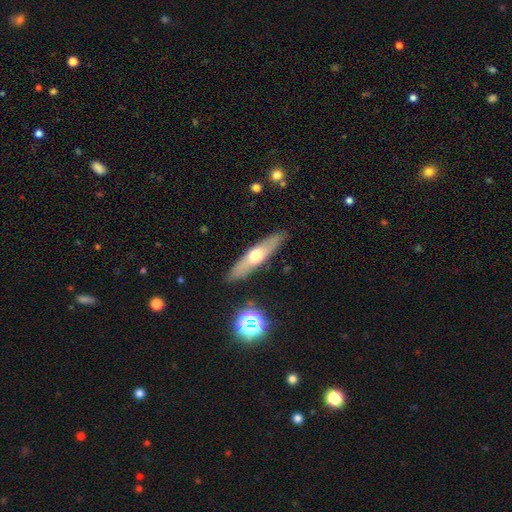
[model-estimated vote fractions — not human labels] Smooth or featured? featured or disk (49%)
Merging? none (88%)